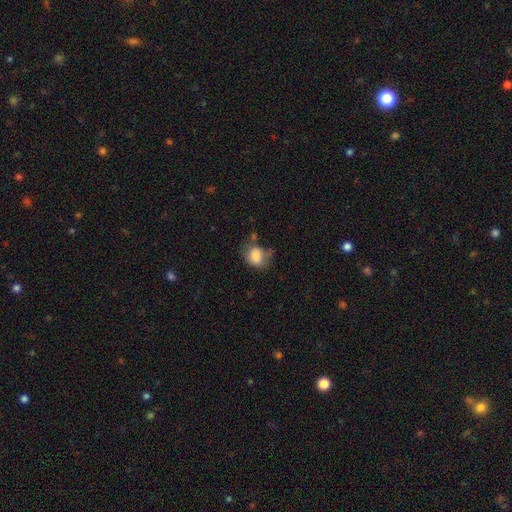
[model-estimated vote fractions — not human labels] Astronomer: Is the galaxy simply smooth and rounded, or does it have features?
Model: smooth — 82%.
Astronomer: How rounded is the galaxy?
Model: in between — 50% (runner-up: round, 49%).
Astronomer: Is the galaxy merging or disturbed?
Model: none — 45% (runner-up: minor disturbance, 32%).